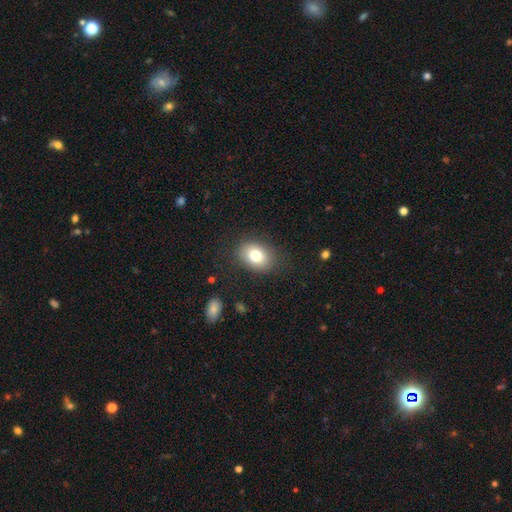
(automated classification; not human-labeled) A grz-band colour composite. It shows a smooth galaxy with no disk features (78%) that is in between round and cigar-shaped (67%). Merging: none (83%).